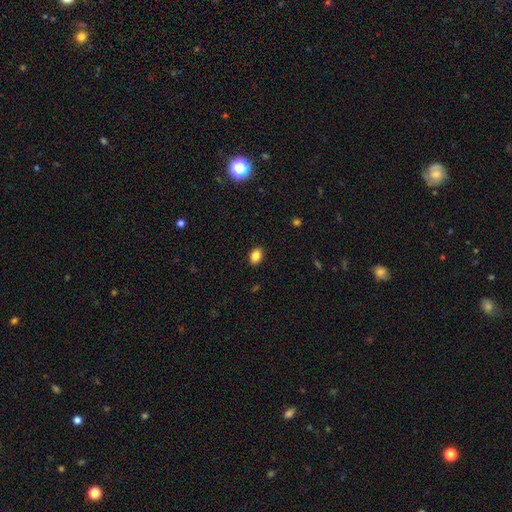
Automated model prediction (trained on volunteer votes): Smooth or featured: smooth — 86% (star or artifact — 9%)
How rounded: in between — 81% (round — 18%)
Merging: none — 90% (minor disturbance — 7%)